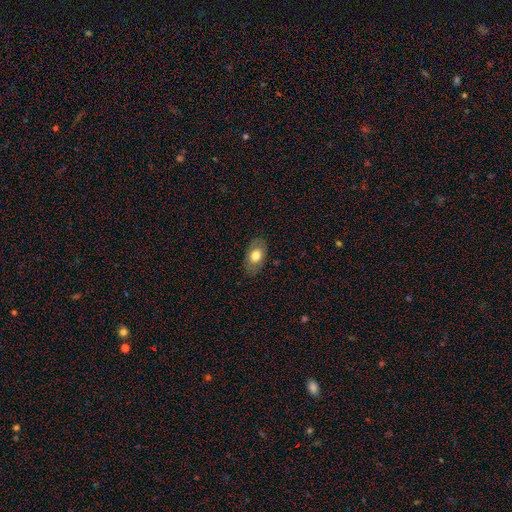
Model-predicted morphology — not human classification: Q: Smooth or featured?
A: smooth (69%); runner-up: featured or disk (25%)
Q: How rounded?
A: in between (90%); runner-up: round (9%)
Q: Merging?
A: none (82%); runner-up: minor disturbance (14%)